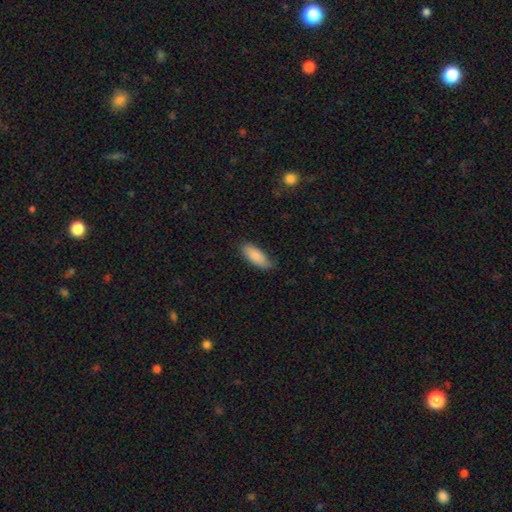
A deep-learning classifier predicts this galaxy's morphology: smooth-or-featured: smooth: 87% | featured or disk: 7% | star or artifact: 6%
  how-rounded: in between: 78% | cigar-shaped: 21% | round: 2%
  merging: none: 76% | minor disturbance: 20% | major disturbance: 3% | merger: 1%